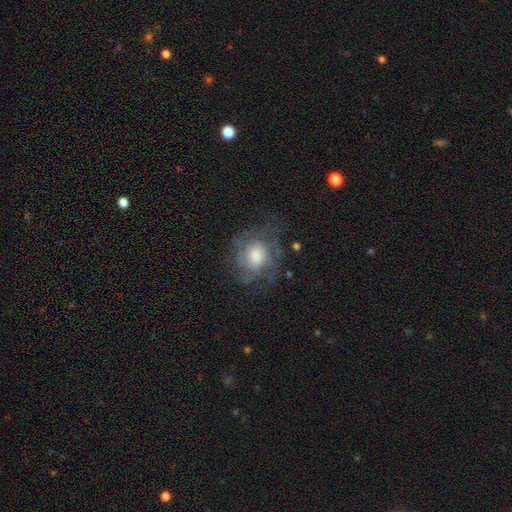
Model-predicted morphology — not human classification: smooth-or-featured: featured or disk: 63% | smooth: 28% | star or artifact: 9%
  disk-edge-on: no: 97% | yes: 3%
    bar: no: 77% | weak: 20% | strong: 3%
    has-spiral-arms: yes: 79% | no: 21%
    bulge-size: moderate: 43% | large: 38% | small: 12% | dominant: 4% | none: 3%
  merging: none: 61% | minor disturbance: 20% | major disturbance: 18% | merger: 1%